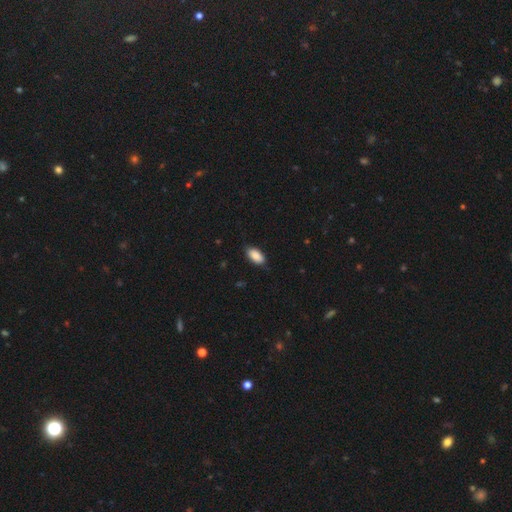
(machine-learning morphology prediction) type=smooth (88%); roundness=in between (93%); merging=none (81%).